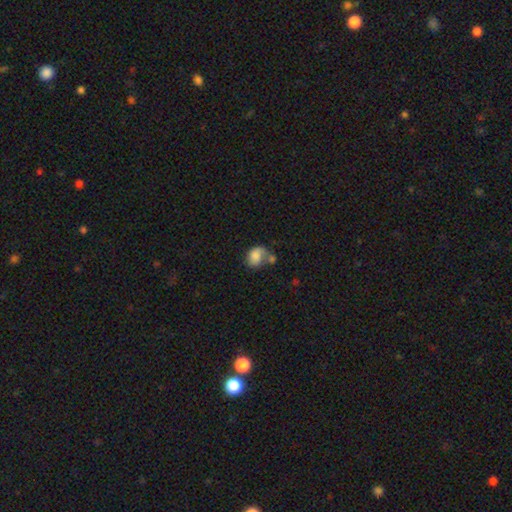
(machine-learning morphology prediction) A smooth galaxy with no disk features (74%) that is in between round and cigar-shaped (61%). Merging: merger (35%).